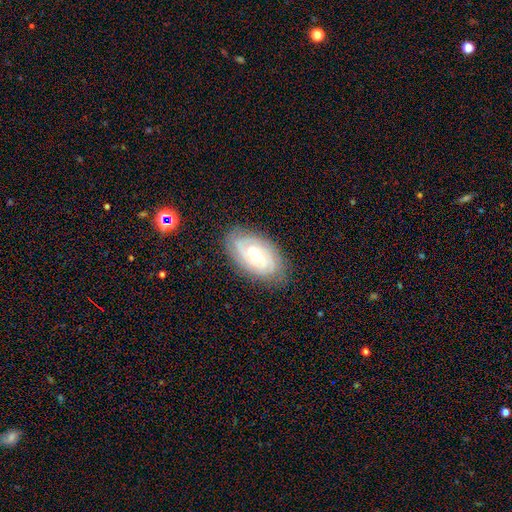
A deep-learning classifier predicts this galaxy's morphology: smooth-or-featured: featured or disk: 80% | smooth: 13% | star or artifact: 7%
  disk-edge-on: no: 95% | yes: 5%
    bar: no: 50% | weak: 39% | strong: 11%
    has-spiral-arms: yes: 96% | no: 4%
      spiral-winding: tight: 75% | medium: 21% | loose: 4%
      spiral-arm-count: can't tell: 30% | 2: 27% | 3: 25% | 4: 10% | more than 4: 4% | 1: 4%
    bulge-size: small: 49% | moderate: 45% | large: 3% | none: 2% | dominant: 1%
  merging: none: 82% | minor disturbance: 14% | major disturbance: 3% | merger: 1%